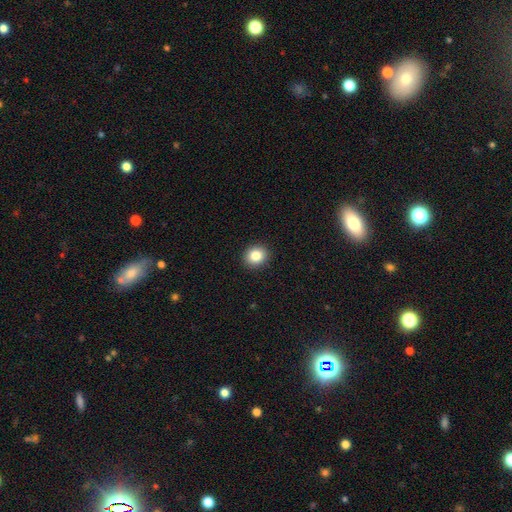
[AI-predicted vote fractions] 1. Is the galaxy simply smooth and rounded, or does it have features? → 84% smooth, 10% star or artifact, 6% featured or disk.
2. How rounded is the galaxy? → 78% round, 22% in between, 1% cigar-shaped.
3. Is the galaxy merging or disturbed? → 92% none, 5% minor disturbance, 2% major disturbance, 1% merger.